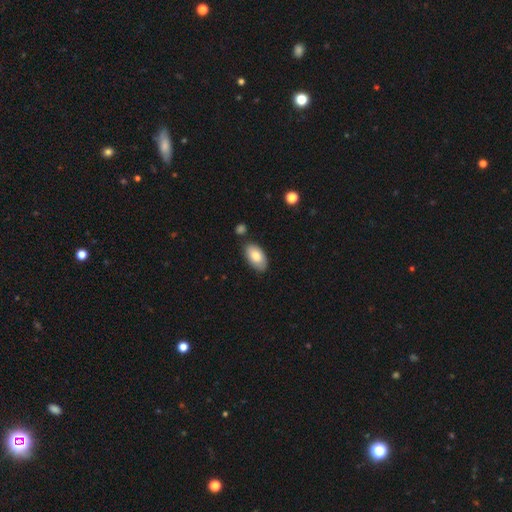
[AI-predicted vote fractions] Smooth or featured?
  - smooth: 80% *
  - featured or disk: 14%
  - star or artifact: 6%
How rounded?
  - in between: 95% *
  - round: 3%
  - cigar-shaped: 2%
Merging?
  - none: 78% *
  - minor disturbance: 14%
  - merger: 5%
  - major disturbance: 3%